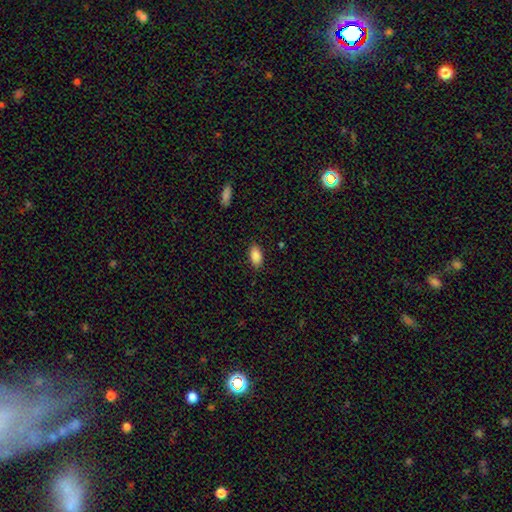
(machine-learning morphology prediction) Overall: smooth (86%). How rounded: in between (93%). Merging: none (87%).